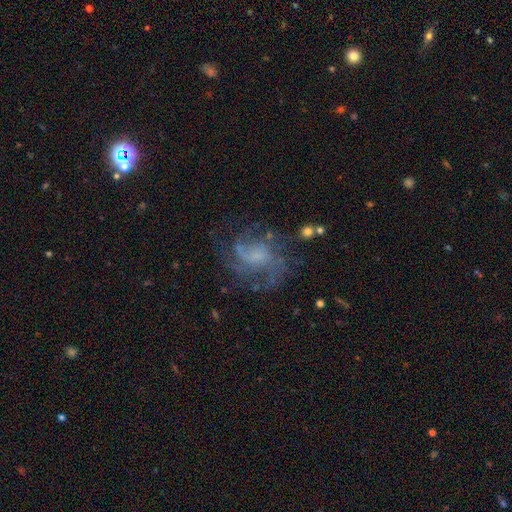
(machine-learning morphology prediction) The model was most divided on "spiral arm count": 3: 28%, can't tell: 26%, 2: 23%, 4: 10%, 1: 7%, more than 4: 6%. Remaining: edge-on disk — no (98%); spiral arms — yes (89%); smooth or featured — featured or disk (75%); bar — no (63%); merging — none (62%); spiral winding — medium (47%); bulge size — none (38%).